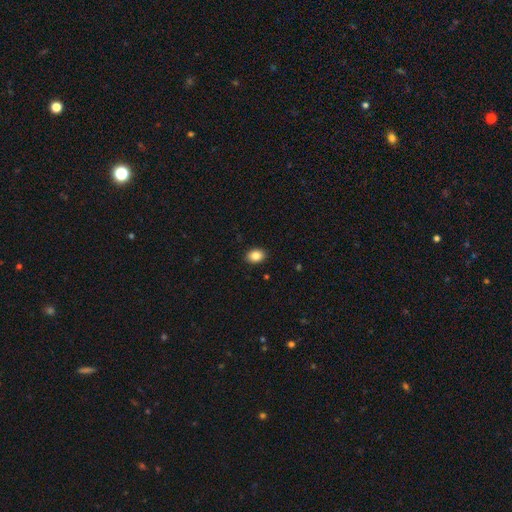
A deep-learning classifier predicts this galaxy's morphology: smooth_or_featured: smooth (p=0.86) [alt: star or artifact p=0.09]
how_rounded: in between (p=0.68) [alt: round p=0.31]
merging: none (p=0.91) [alt: minor disturbance p=0.07]